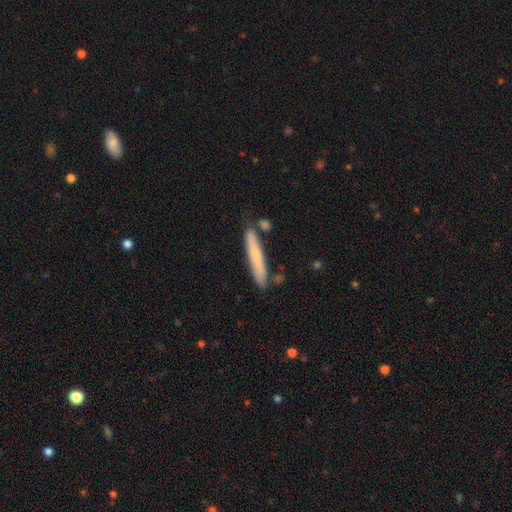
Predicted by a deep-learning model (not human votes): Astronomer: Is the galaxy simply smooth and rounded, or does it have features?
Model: smooth — 65%.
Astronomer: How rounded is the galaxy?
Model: cigar-shaped — 94%.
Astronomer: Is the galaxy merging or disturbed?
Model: none — 79%.